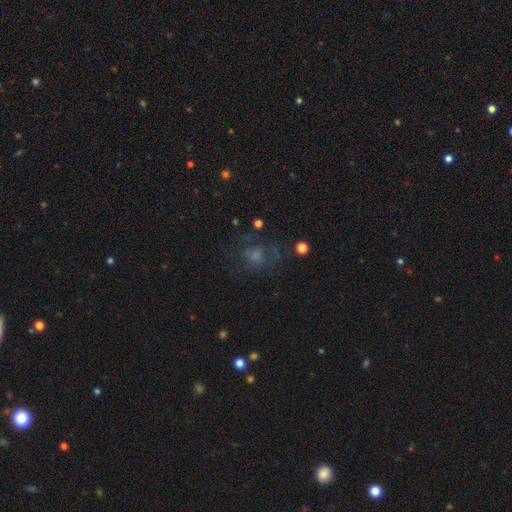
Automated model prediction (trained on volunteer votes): This is possibly a smooth galaxy (47%). Merging: possibly none (58%).